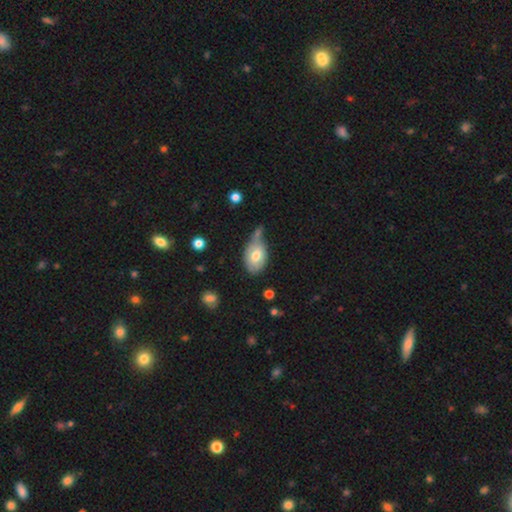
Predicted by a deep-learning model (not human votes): A smooth galaxy with no disk features (70%) that is in between round and cigar-shaped (90%).

Vote fractions:
- Smooth or featured? smooth: 70% / featured or disk: 23% / star or artifact: 7%
- How rounded? in between: 90% / round: 9% / cigar-shaped: 2%
- Merging? none: 39% / minor disturbance: 28% / merger: 21% / major disturbance: 12%